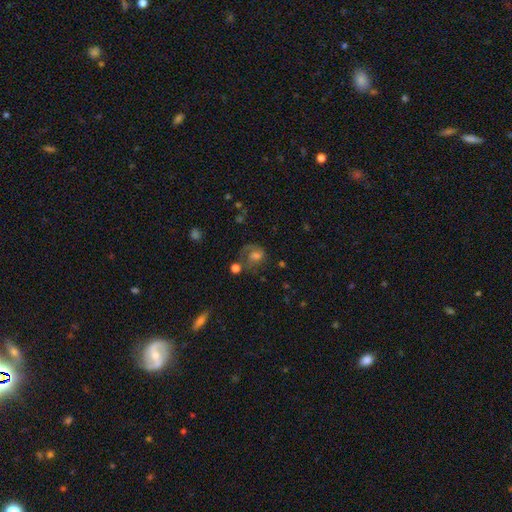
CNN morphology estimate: A featured or disk galaxy (46%). Merging: none (36%).